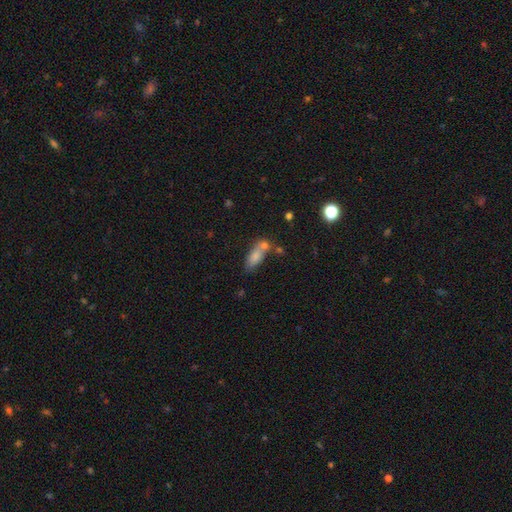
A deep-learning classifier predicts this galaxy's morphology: Overall: smooth (75%). How rounded: in between (75%). Merging: none (41%; merger 37%).